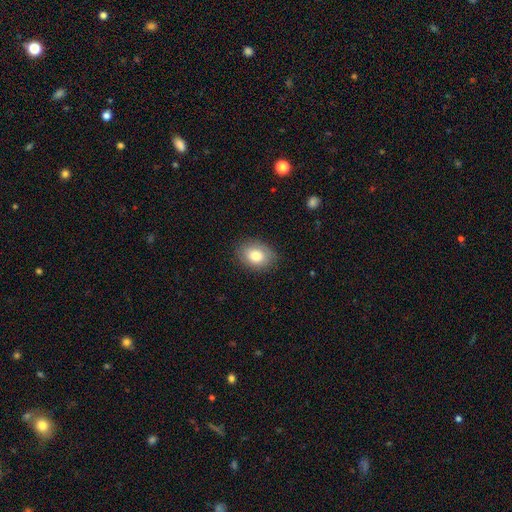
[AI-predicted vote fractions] Smooth or featured?
  - smooth: 78% *
  - featured or disk: 14%
  - star or artifact: 8%
How rounded?
  - in between: 69% *
  - round: 30%
  - cigar-shaped: 1%
Merging?
  - none: 84% *
  - minor disturbance: 12%
  - major disturbance: 3%
  - merger: 1%